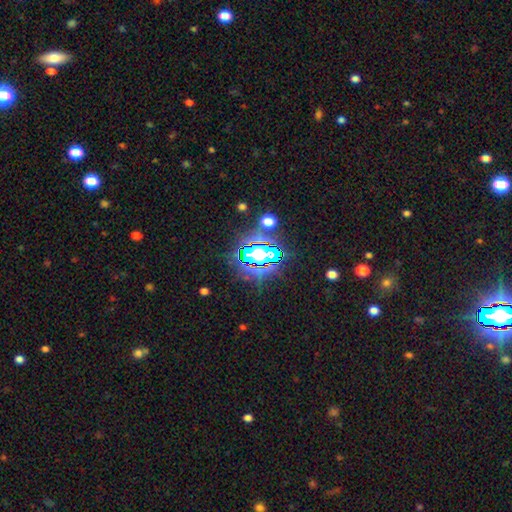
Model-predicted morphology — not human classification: smooth-or-featured: star or artifact: 84% | smooth: 9% | featured or disk: 7%